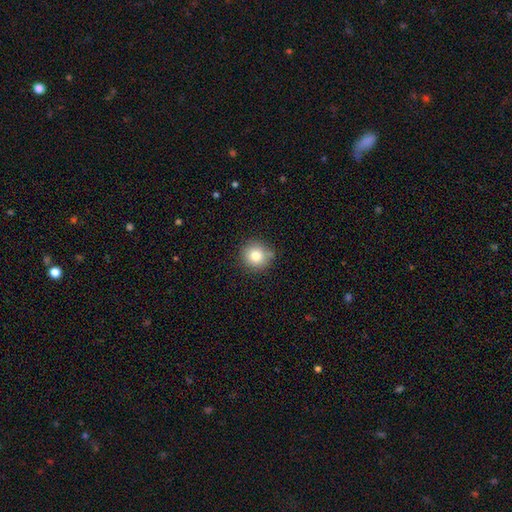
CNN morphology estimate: A smooth galaxy with no disk features (81%) that is round (92%). Merging: none (82%).